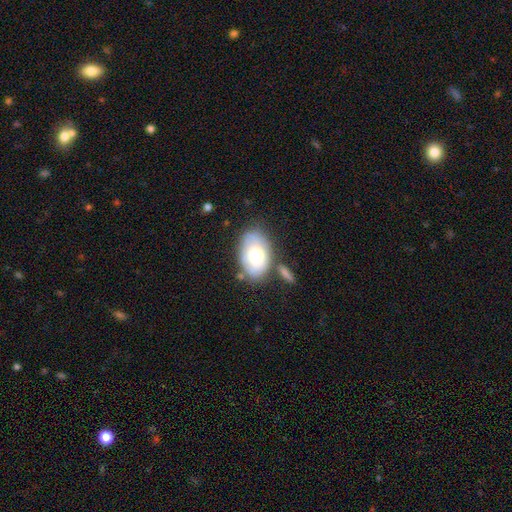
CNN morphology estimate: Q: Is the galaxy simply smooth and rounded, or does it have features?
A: smooth — 66%.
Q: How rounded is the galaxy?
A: in between — 89%.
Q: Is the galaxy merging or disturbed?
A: none — 61%.